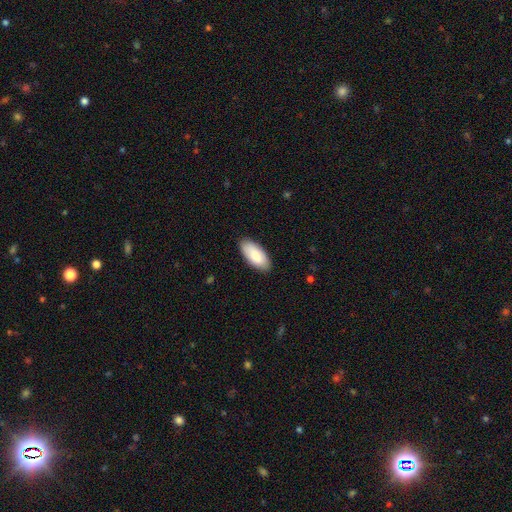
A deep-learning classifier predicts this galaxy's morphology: smooth-or-featured: smooth: 82% | featured or disk: 13% | star or artifact: 6%
  how-rounded: in between: 91% | cigar-shaped: 7% | round: 2%
  merging: none: 88% | minor disturbance: 10% | major disturbance: 2% | merger: 1%